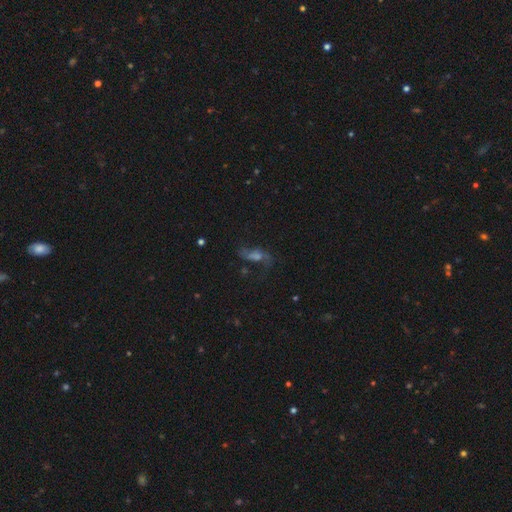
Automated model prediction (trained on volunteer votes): smooth_or_featured: featured or disk (p=0.64) [alt: smooth p=0.19]
disk_edge_on: no (p=0.88) [alt: yes p=0.12]
bar: no (p=0.54) [alt: weak p=0.34]
has_spiral_arms: yes (p=0.88) [alt: no p=0.12]
bulge_size: moderate (p=0.40) [alt: small p=0.35]
merging: none (p=0.63) [alt: minor disturbance p=0.17]